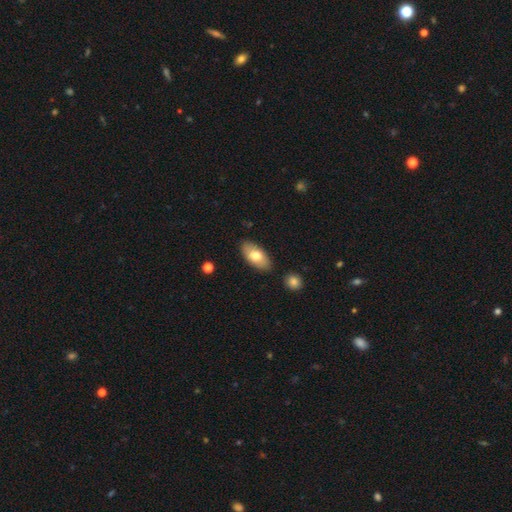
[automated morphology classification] smooth_or_featured: smooth (p=0.72) [alt: featured or disk p=0.22]
how_rounded: in between (p=0.93) [alt: cigar-shaped p=0.04]
merging: none (p=0.86) [alt: minor disturbance p=0.10]